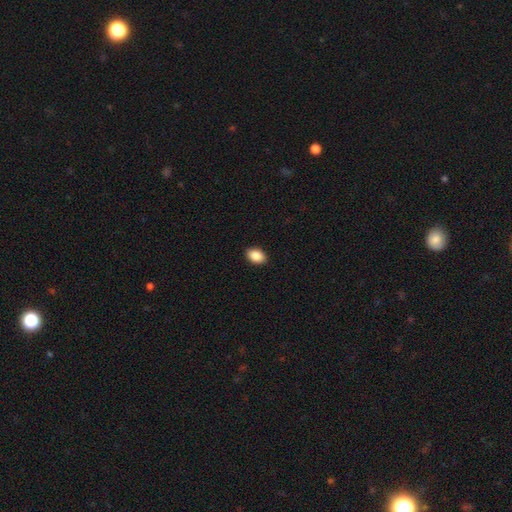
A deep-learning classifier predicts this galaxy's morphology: Smooth or featured? Predicted: smooth (p=0.89). How rounded? Predicted: in between (p=0.84). Merging? Predicted: none (p=0.91).